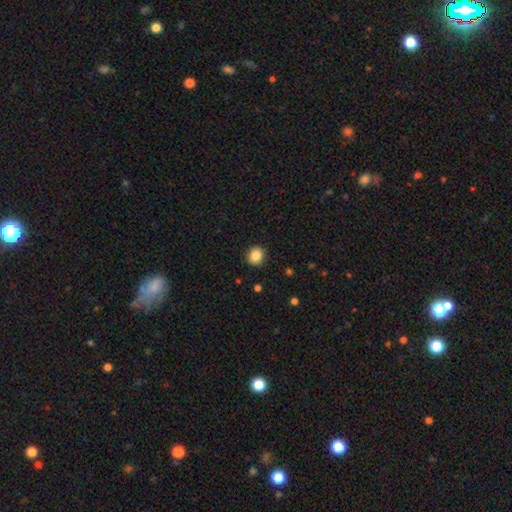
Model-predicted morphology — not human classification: This is clearly a smooth galaxy (86%). How rounded: clearly round (84%). Merging: clearly none (92%).